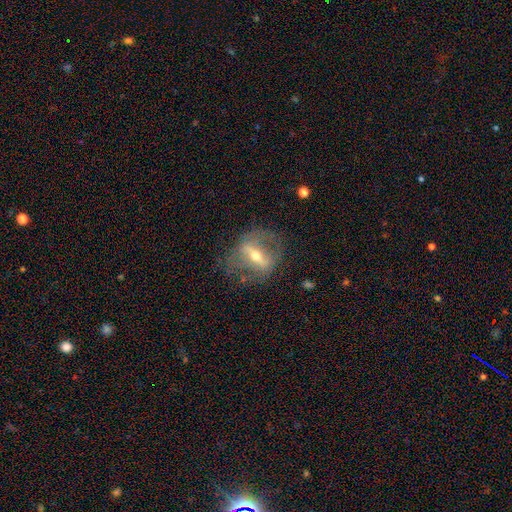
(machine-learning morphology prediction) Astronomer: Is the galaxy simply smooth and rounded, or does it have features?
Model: featured or disk — 75%.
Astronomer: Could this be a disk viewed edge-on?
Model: no — 71%.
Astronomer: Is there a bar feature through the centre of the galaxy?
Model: strong — 72%.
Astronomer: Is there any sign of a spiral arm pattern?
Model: no — 66%.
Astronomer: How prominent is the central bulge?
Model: moderate — 59% (runner-up: small, 35%).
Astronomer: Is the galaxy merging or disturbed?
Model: none — 64%.